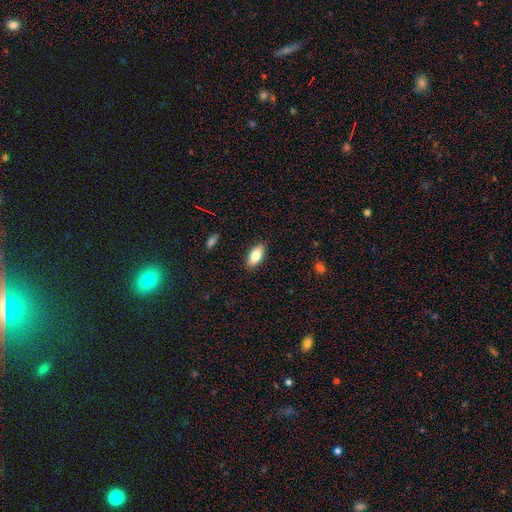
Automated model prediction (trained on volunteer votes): Smooth or featured? smooth (80%)
How rounded? in between (89%)
Merging? none (88%)